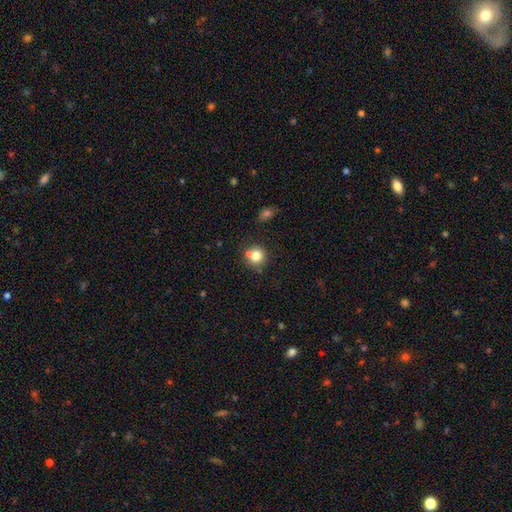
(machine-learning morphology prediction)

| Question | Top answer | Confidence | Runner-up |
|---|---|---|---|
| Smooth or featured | smooth | 78% | star or artifact (11%) |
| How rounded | round | 88% | in between (11%) |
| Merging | none | 62% | merger (22%) |